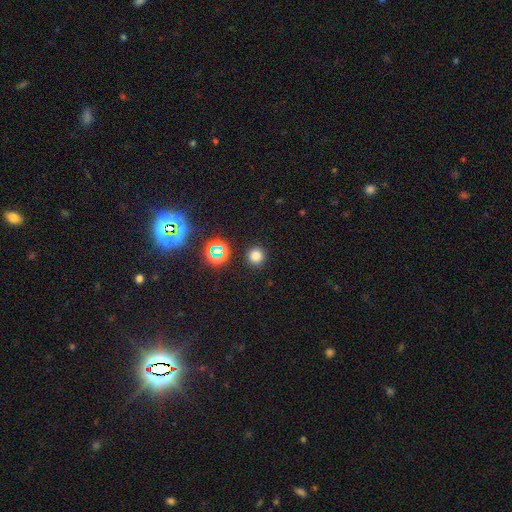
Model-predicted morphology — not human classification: smooth_or_featured: smooth (p=0.75) [alt: star or artifact p=0.20]
how_rounded: round (p=0.95) [alt: in between p=0.04]
merging: none (p=0.91) [alt: minor disturbance p=0.05]